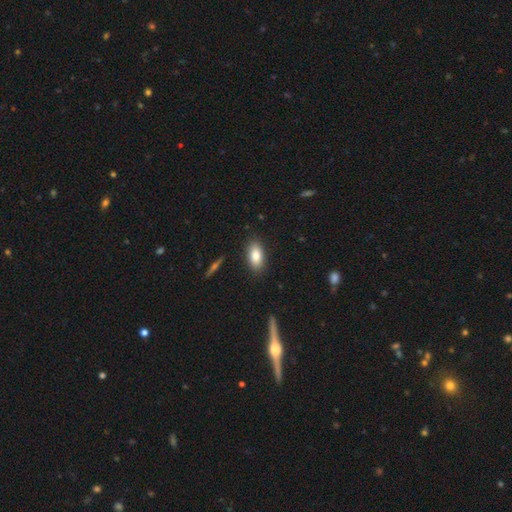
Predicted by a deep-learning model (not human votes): Smooth or featured? Predicted: smooth (p=0.83). How rounded? Predicted: in between (p=0.90). Merging? Predicted: none (p=0.86).